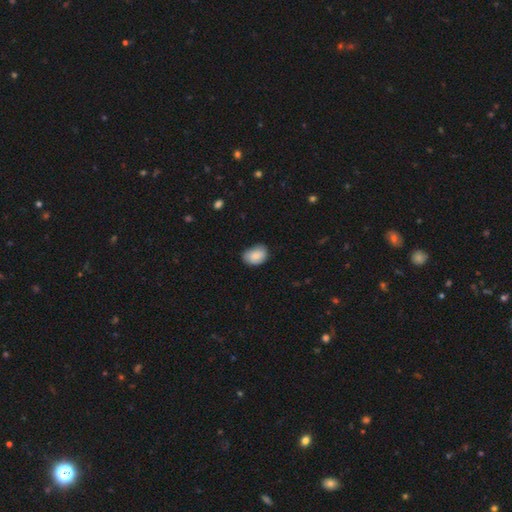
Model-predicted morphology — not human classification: This appears to be a smooth galaxy with no disk features (85%) that is in between round and cigar-shaped (71%). Merging: none (69%).